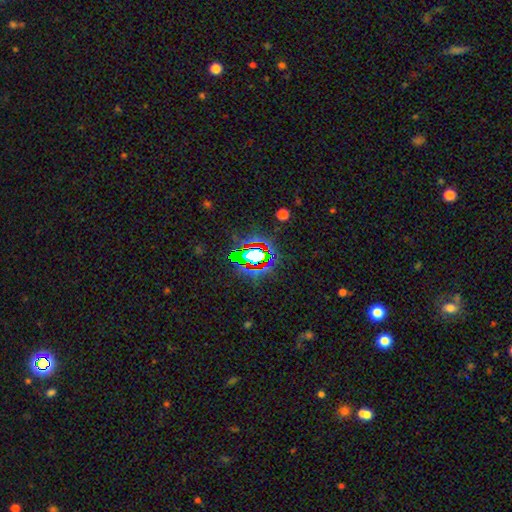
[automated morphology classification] Smooth or featured?
  - star or artifact: 64% *
  - smooth: 21%
  - featured or disk: 15%